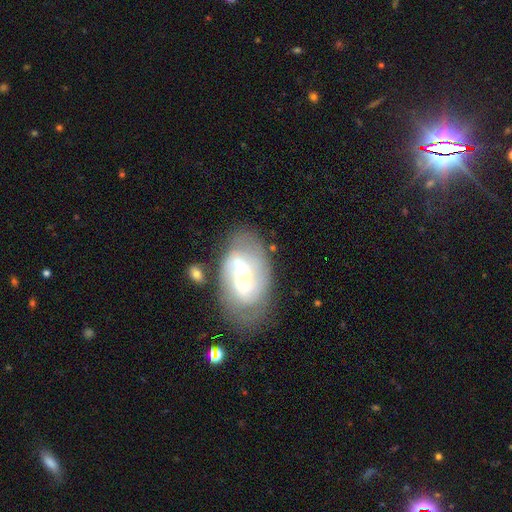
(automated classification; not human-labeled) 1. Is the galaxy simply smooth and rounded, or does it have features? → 68% featured or disk, 24% smooth, 8% star or artifact.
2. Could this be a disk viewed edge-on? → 96% no, 4% yes.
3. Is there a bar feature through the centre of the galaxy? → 52% no, 37% weak, 11% strong.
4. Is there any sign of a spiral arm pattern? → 77% yes, 23% no.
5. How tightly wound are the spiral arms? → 40% tight (tied), 40% medium (tied), 20% loose.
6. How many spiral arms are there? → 51% 2, 30% can't tell, 8% 1, 7% 3, 2% 4, 2% more than 4.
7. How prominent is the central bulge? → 43% moderate (tied), 43% small (tied), 8% large, 5% none, 2% dominant.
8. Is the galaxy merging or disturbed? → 52% none, 20% minor disturbance, 16% merger, 12% major disturbance.